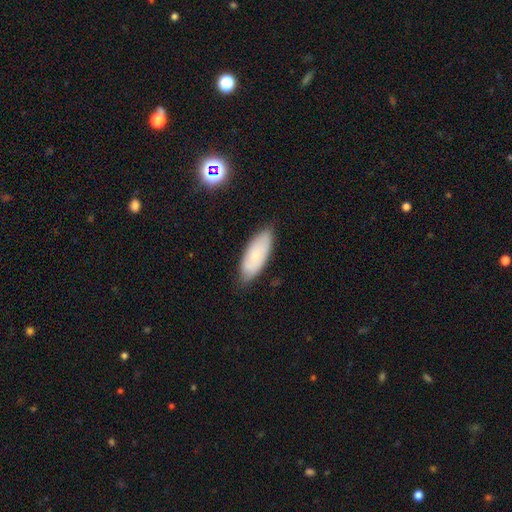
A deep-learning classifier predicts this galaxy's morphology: Smooth or featured? Predicted: smooth (p=0.63). How rounded? Predicted: in between (p=0.79). Merging? Predicted: none (p=0.79).